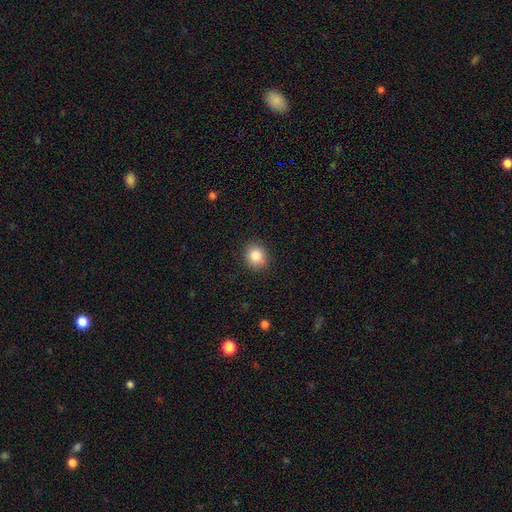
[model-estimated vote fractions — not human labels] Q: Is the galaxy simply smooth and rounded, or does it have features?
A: smooth — 84%.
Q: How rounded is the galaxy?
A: round — 77%.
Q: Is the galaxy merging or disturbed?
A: none — 88%.